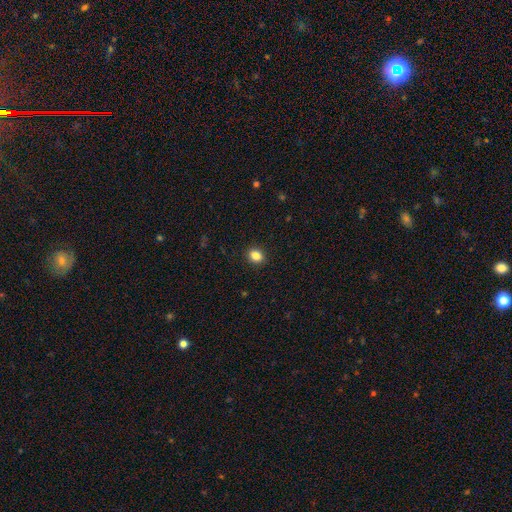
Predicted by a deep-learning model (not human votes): smooth 85%, star or artifact 10%, featured or disk 5%. Down the decision tree: how rounded — round (50%); merging — none (90%).